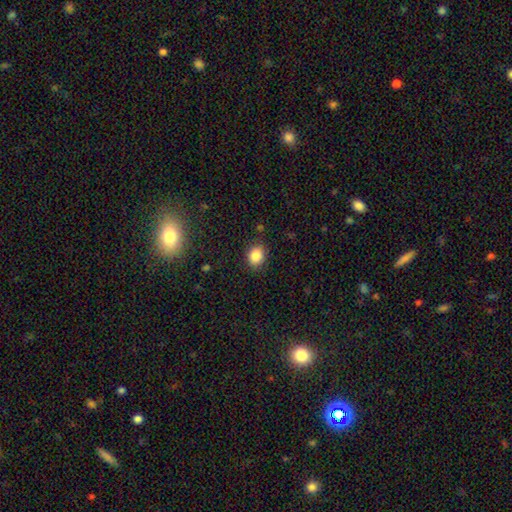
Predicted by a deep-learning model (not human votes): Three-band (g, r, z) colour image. It shows a smooth galaxy with no disk features (85%) that is round (56%). Merging: none (85%).